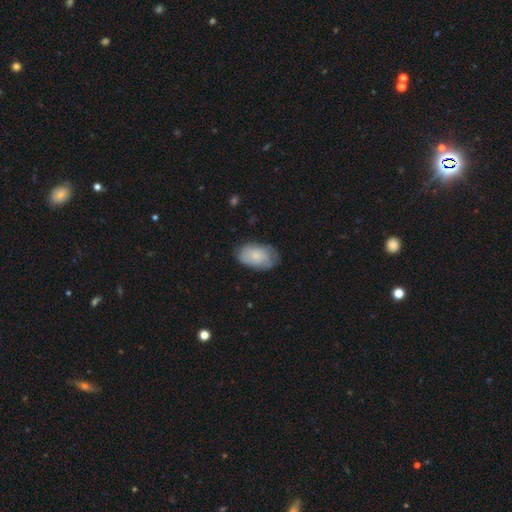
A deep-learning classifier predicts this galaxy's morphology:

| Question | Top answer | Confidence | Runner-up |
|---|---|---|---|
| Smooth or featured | smooth | 68% | featured or disk (26%) |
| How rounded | in between | 91% | round (7%) |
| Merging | none | 70% | minor disturbance (23%) |